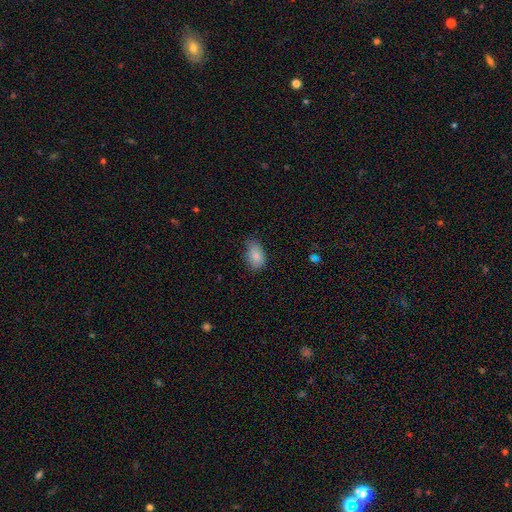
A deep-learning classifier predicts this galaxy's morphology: smooth_or_featured: smooth (p=0.84) [alt: star or artifact p=0.08]
how_rounded: in between (p=0.88) [alt: round p=0.10]
merging: none (p=0.62) [alt: minor disturbance p=0.31]